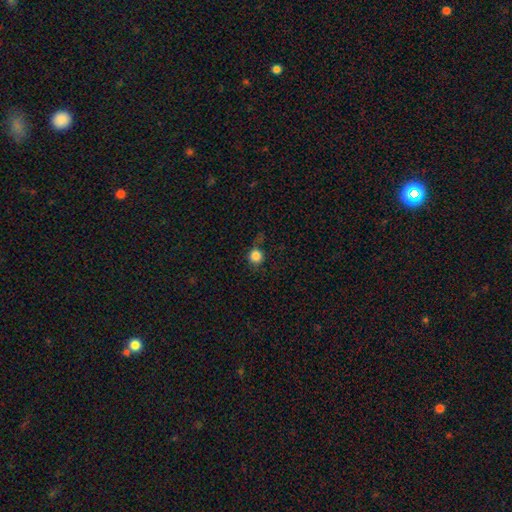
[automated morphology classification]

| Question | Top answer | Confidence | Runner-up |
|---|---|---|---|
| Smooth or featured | smooth | 82% | star or artifact (12%) |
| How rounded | round | 91% | in between (8%) |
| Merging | none | 73% | minor disturbance (18%) |